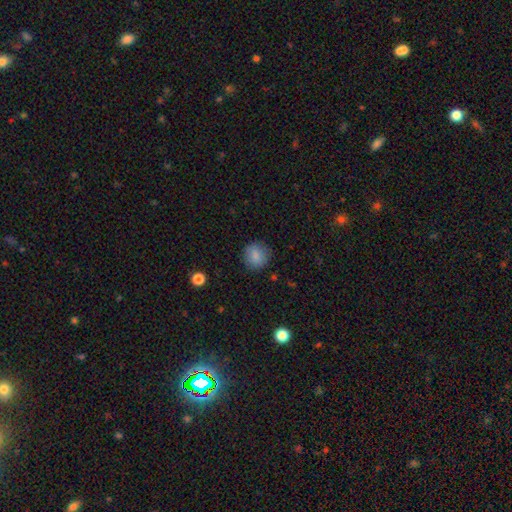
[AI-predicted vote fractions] smooth 85%, star or artifact 9%, featured or disk 7%. Down the decision tree: how rounded — round (89%); merging — none (86%).